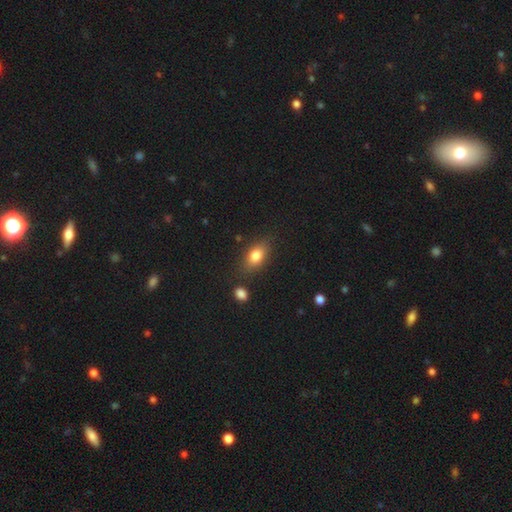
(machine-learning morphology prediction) Smooth or featured? Predicted: smooth (p=0.79). How rounded? Predicted: in between (p=0.80). Merging? Predicted: none (p=0.79).